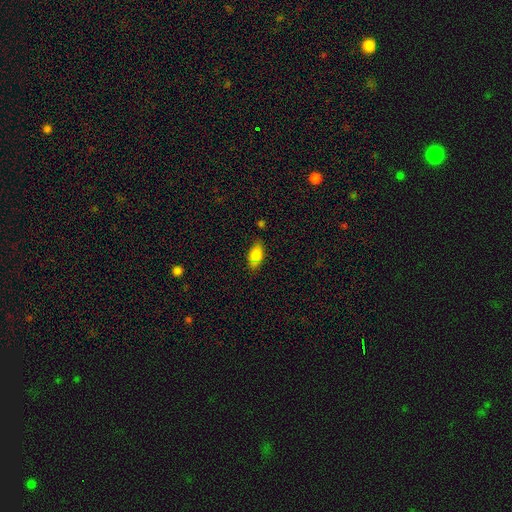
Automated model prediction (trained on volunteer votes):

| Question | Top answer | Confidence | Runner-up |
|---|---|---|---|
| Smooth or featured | smooth | 81% | featured or disk (11%) |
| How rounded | in between | 87% | cigar-shaped (9%) |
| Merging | none | 72% | minor disturbance (20%) |